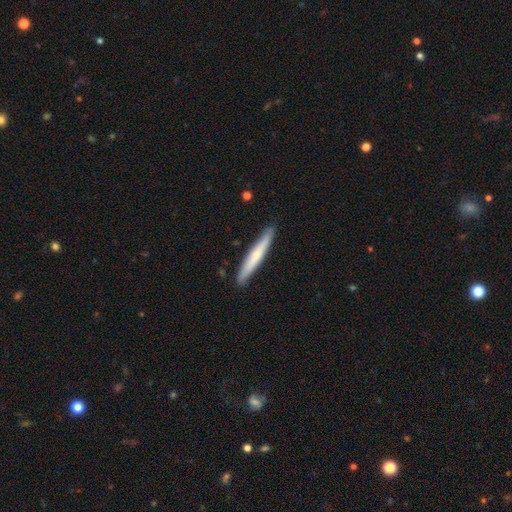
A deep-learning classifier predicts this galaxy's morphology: type=smooth (59%); roundness=cigar-shaped (95%); merging=none (90%).